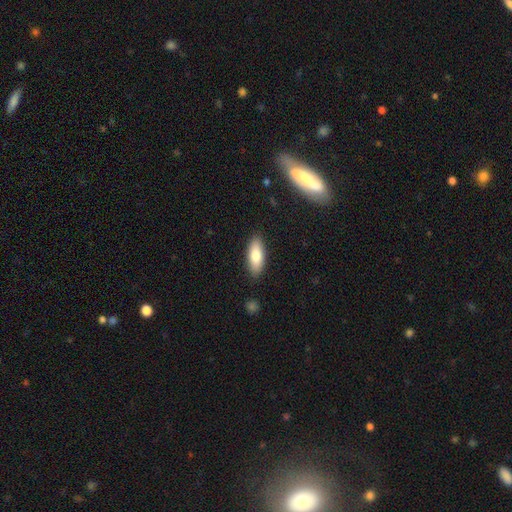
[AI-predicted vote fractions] smooth_or_featured: smooth (p=0.79) [alt: featured or disk p=0.15]
how_rounded: in between (p=0.77) [alt: cigar-shaped p=0.20]
merging: none (p=0.88) [alt: minor disturbance p=0.09]